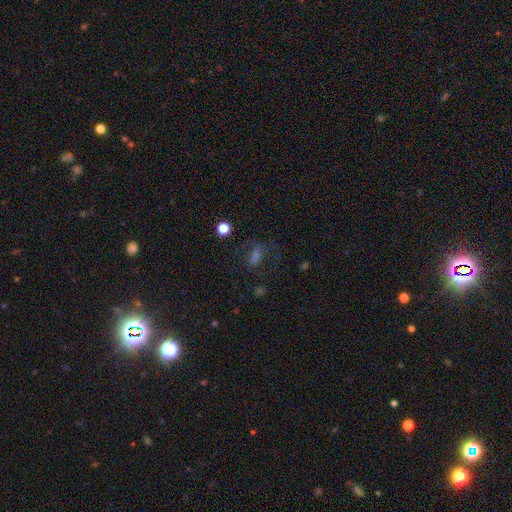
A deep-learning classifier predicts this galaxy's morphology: Q: Smooth or featured?
A: smooth (38%); runner-up: star or artifact (36%)
Q: Merging?
A: none (57%); runner-up: major disturbance (22%)